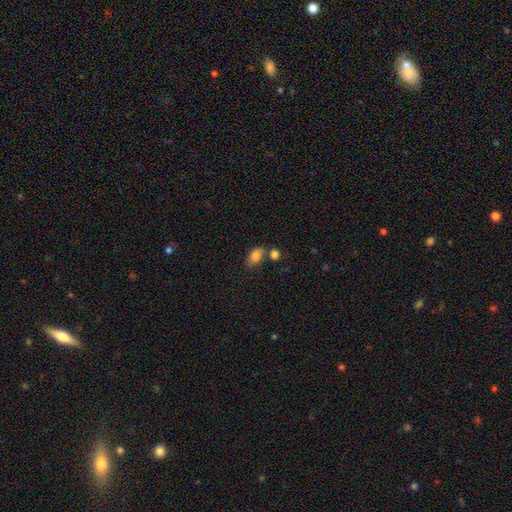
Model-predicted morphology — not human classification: Q: Smooth or featured?
A: smooth (83%); runner-up: star or artifact (9%)
Q: How rounded?
A: in between (87%); runner-up: round (10%)
Q: Merging?
A: none (63%); runner-up: merger (18%)